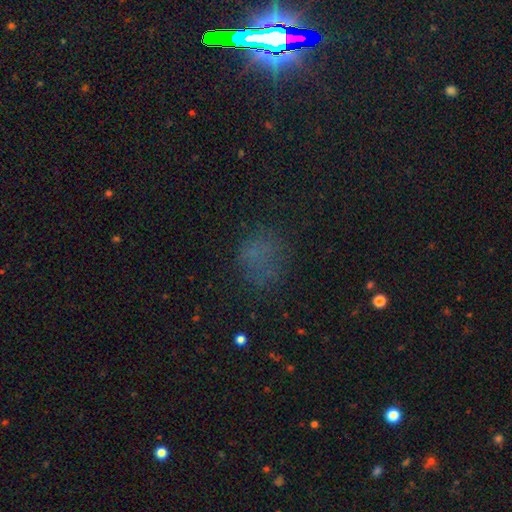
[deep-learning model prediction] This appears to be a smooth galaxy with no disk features (47%). Merging: none (70%).